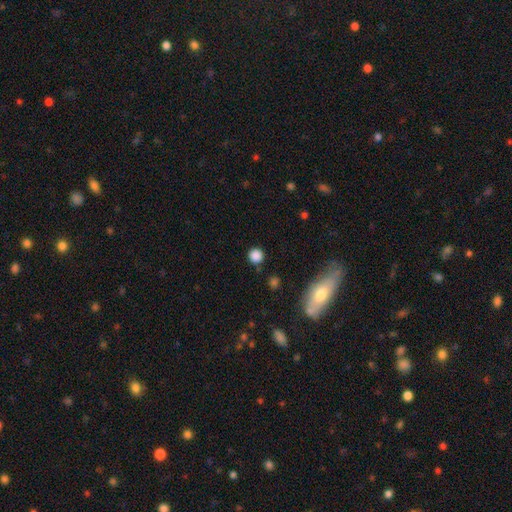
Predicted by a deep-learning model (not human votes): Smooth or featured?
  - smooth: 84% *
  - star or artifact: 12%
  - featured or disk: 4%
How rounded?
  - round: 92% *
  - in between: 6%
  - cigar-shaped: 1%
Merging?
  - none: 86% *
  - minor disturbance: 8%
  - major disturbance: 3%
  - merger: 3%